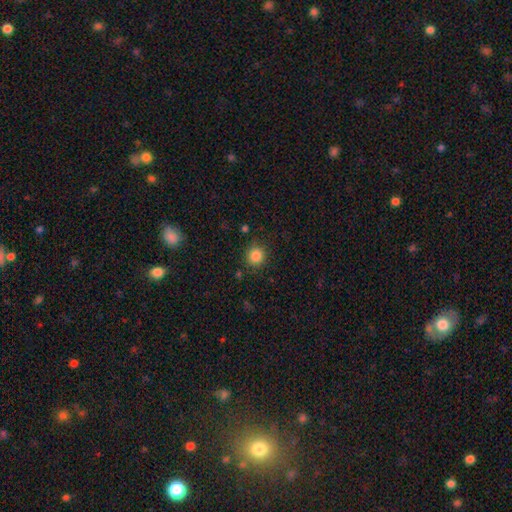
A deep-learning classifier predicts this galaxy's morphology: Smooth or featured: smooth — 85% (star or artifact — 11%)
How rounded: round — 89% (in between — 10%)
Merging: none — 85% (minor disturbance — 10%)